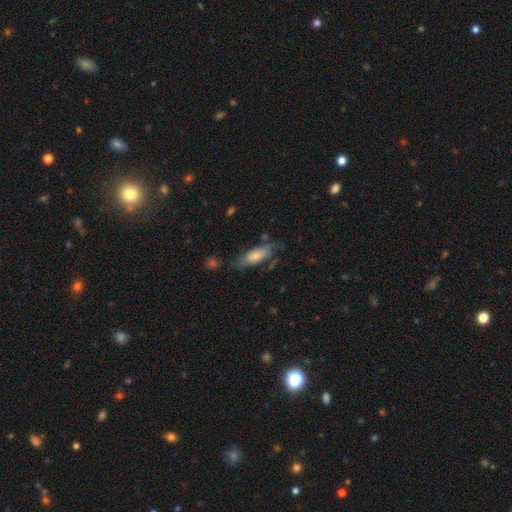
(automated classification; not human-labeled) This appears to be a smooth galaxy with no disk features (65%) that is in between round and cigar-shaped (69%). Merging: none (51%).